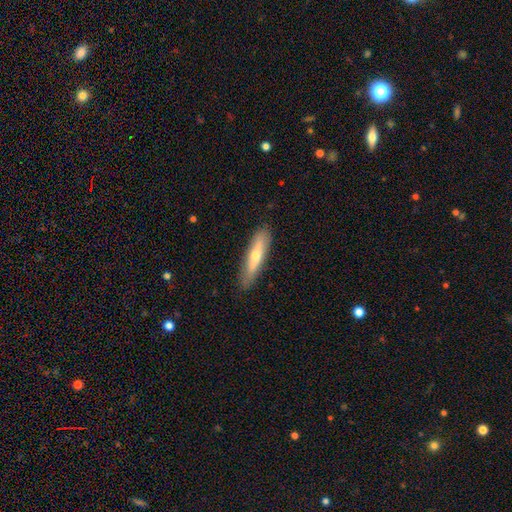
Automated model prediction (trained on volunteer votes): A smooth galaxy with no disk features (56%) that is cigar-shaped (79%).

Vote fractions:
- Smooth or featured? smooth: 56% / featured or disk: 38% / star or artifact: 6%
- How rounded? cigar-shaped: 79% / in between: 20% / round: 2%
- Merging? none: 84% / minor disturbance: 12% / major disturbance: 2% / merger: 1%